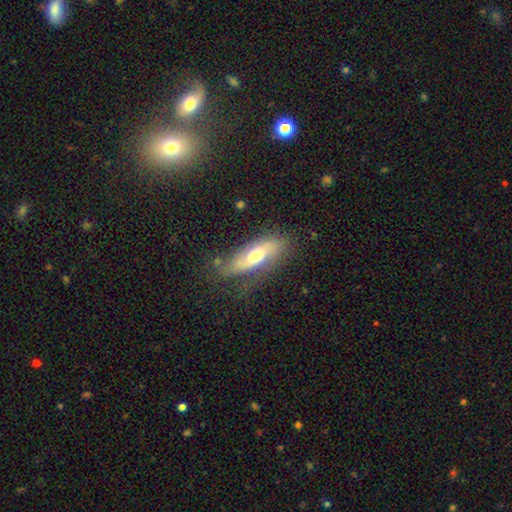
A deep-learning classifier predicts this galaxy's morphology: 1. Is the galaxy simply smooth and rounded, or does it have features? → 50% featured or disk, 42% smooth, 8% star or artifact.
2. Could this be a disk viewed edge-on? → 69% no, 31% yes.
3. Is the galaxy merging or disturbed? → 64% none, 25% minor disturbance, 9% major disturbance, 3% merger.